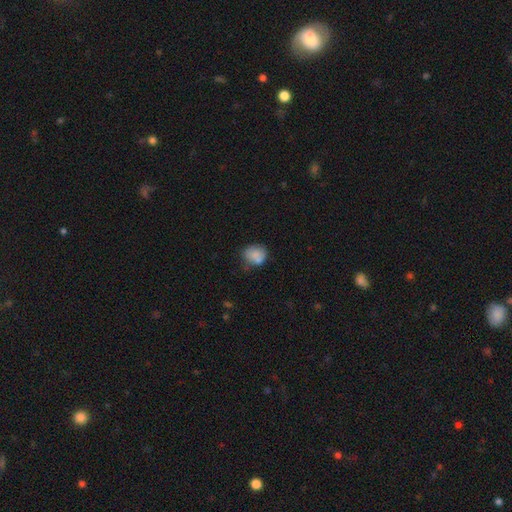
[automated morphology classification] Q: Smooth or featured?
A: smooth (78%); runner-up: featured or disk (12%)
Q: How rounded?
A: round (63%); runner-up: in between (36%)
Q: Merging?
A: none (51%); runner-up: minor disturbance (29%)